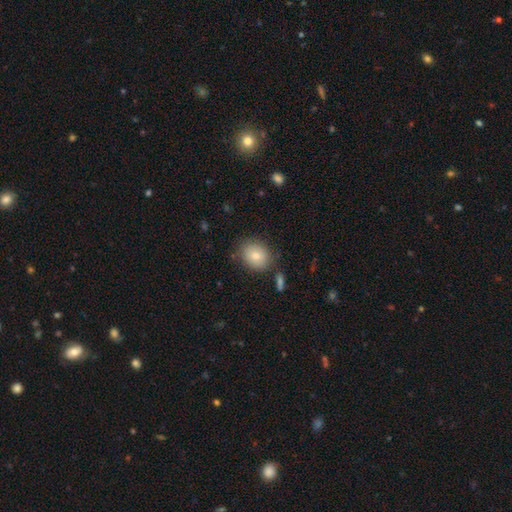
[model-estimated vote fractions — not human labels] Q: Smooth or featured?
A: smooth (79%); runner-up: featured or disk (12%)
Q: How rounded?
A: round (54%); runner-up: in between (45%)
Q: Merging?
A: none (80%); runner-up: minor disturbance (13%)